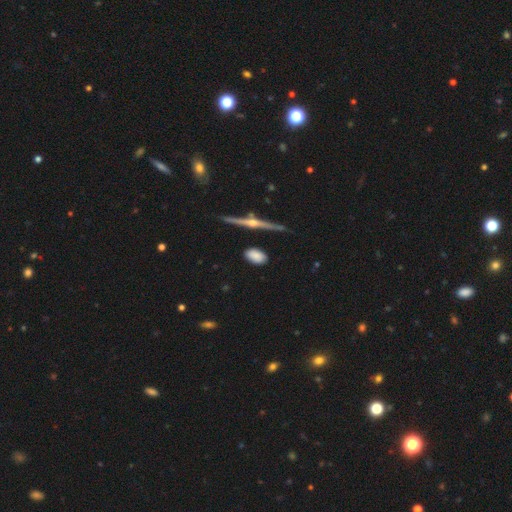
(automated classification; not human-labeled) This is likely a smooth galaxy (75%). How rounded: clearly in between (84%). Merging: likely none (77%).